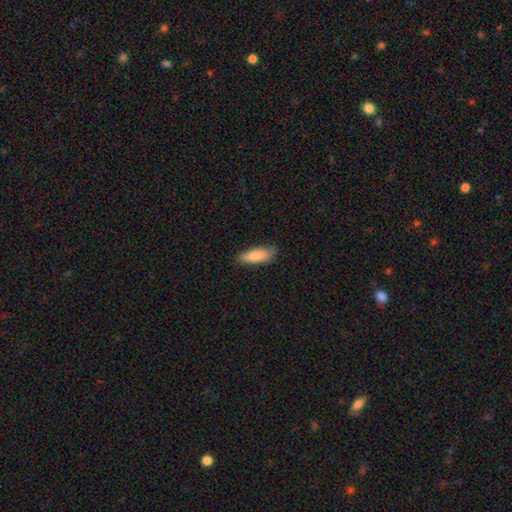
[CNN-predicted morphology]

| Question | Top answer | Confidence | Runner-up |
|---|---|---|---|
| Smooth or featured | smooth | 82% | featured or disk (12%) |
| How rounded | in between | 59% | cigar-shaped (39%) |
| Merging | none | 79% | minor disturbance (17%) |